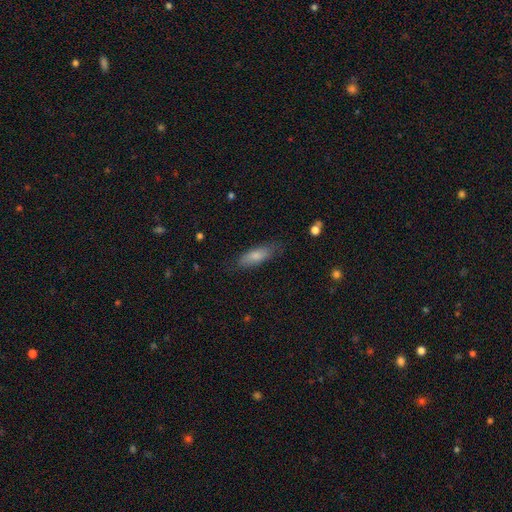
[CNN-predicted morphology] This appears to be a smooth galaxy with no disk features (77%) that is in between round and cigar-shaped (59%). Merging: none (77%).